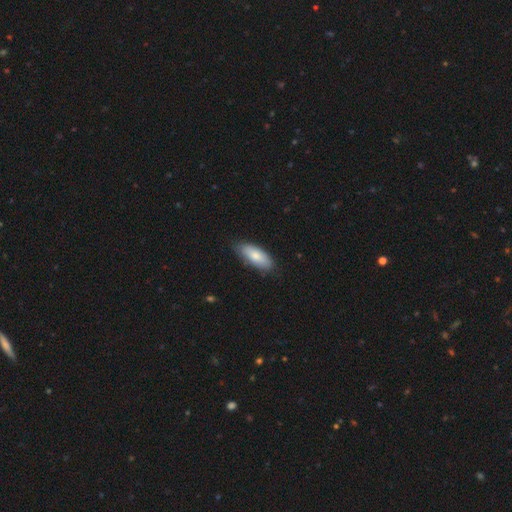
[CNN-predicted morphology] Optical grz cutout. It shows a smooth galaxy with no disk features (79%) that is in between round and cigar-shaped (80%). Merging: none (80%).